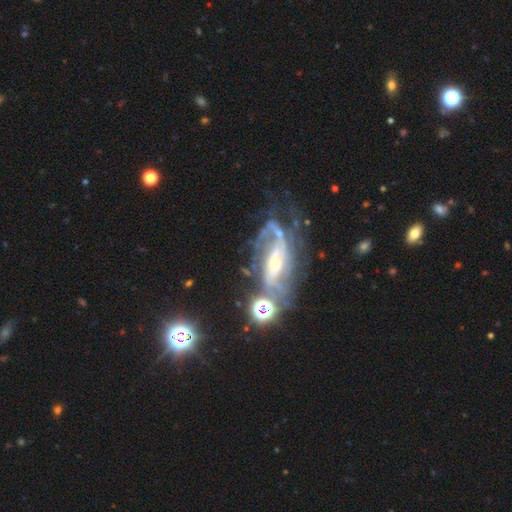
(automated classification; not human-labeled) Smooth or featured?
  - featured or disk: 80% *
  - star or artifact: 12%
  - smooth: 9%
Edge-on disk?
  - no: 87% *
  - yes: 13%
Bar?
  - weak: 38% *
  - no: 35%
  - strong: 27%
Spiral arms?
  - yes: 89% *
  - no: 11%
Spiral winding?
  - medium: 42% *
  - tight: 33%
  - loose: 25%
Spiral arm count?
  - 2: 53% *
  - can't tell: 23%
  - 3: 9%
  - 1: 8%
  - 4: 4%
  - more than 4: 4%
Bulge size?
  - small: 49% *
  - moderate: 39%
  - none: 6%
  - large: 5%
  - dominant: 2%
Merging?
  - none: 50% *
  - major disturbance: 17%
  - minor disturbance: 17%
  - merger: 15%